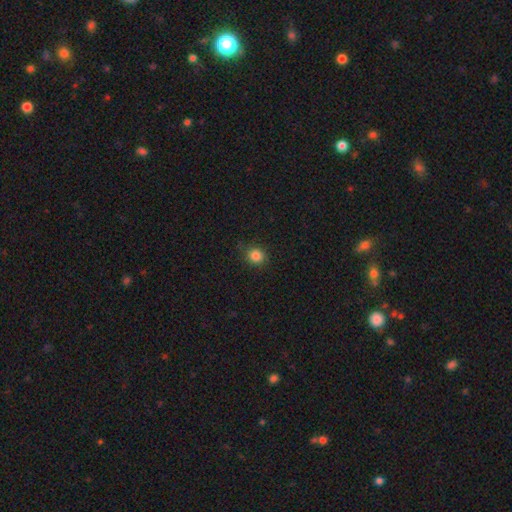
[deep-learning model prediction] Smooth or featured? Predicted: smooth (p=0.84). How rounded? Predicted: round (p=0.85). Merging? Predicted: none (p=0.86).